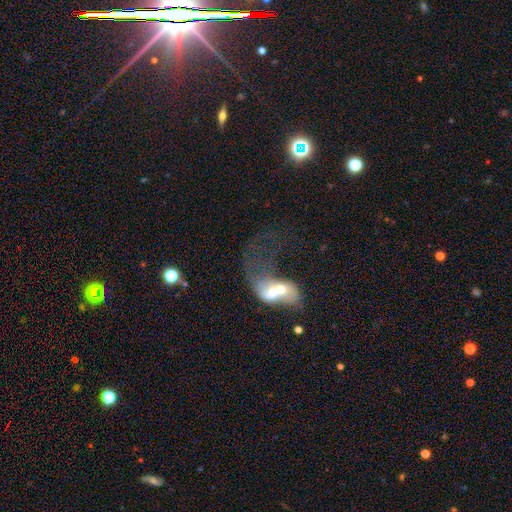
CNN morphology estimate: This appears to be a featured or disk galaxy (55%). Merging: major disturbance (46%).